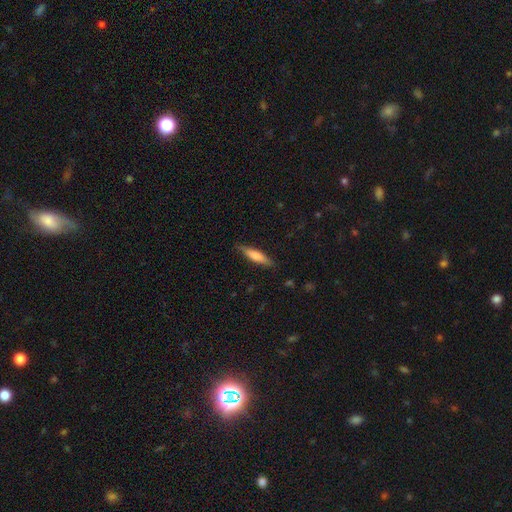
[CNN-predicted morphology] smooth 65%, featured or disk 30%, star or artifact 6%. Down the decision tree: how rounded — cigar-shaped (78%); merging — none (84%).